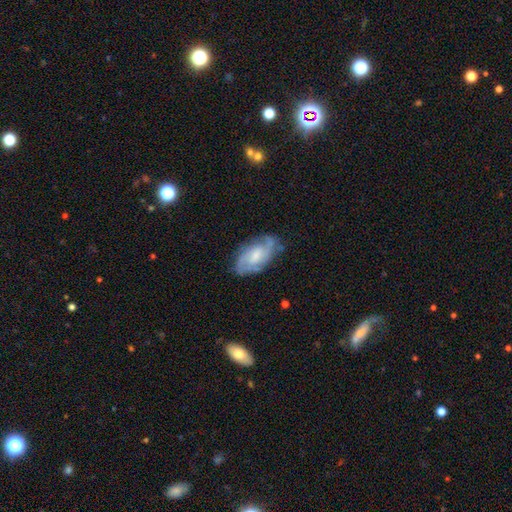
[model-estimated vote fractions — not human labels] Morphology: type=featured or disk (74%); edge-on=no (95%); bar=no (48%); spiral arms=yes (92%); winding=medium (44%); arm count=2 (46%); bulge=moderate (42%); merging=none (71%).